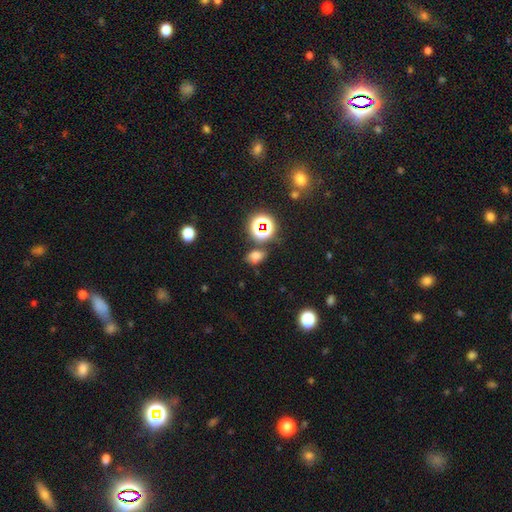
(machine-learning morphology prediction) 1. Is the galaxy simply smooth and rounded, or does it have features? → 61% smooth, 30% star or artifact, 9% featured or disk.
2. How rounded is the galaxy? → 73% in between, 25% round, 2% cigar-shaped.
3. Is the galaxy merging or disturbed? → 66% none, 18% minor disturbance, 9% merger, 7% major disturbance.